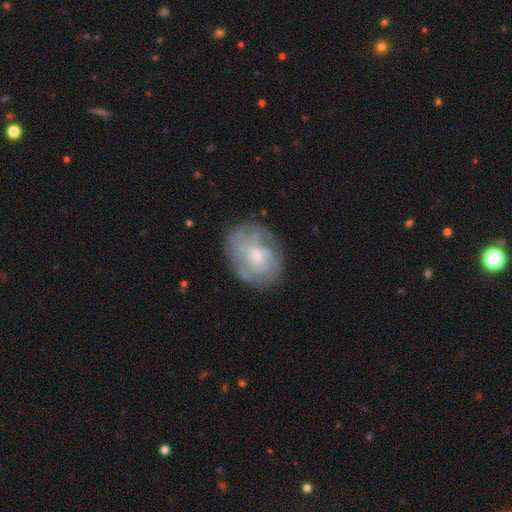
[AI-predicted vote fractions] The model was most divided on "spiral arms": yes: 56%, no: 44%. More confident: edge-on disk — no (97%); bar — no (78%); merging — none (71%); smooth or featured — featured or disk (58%); bulge size — small (55%).